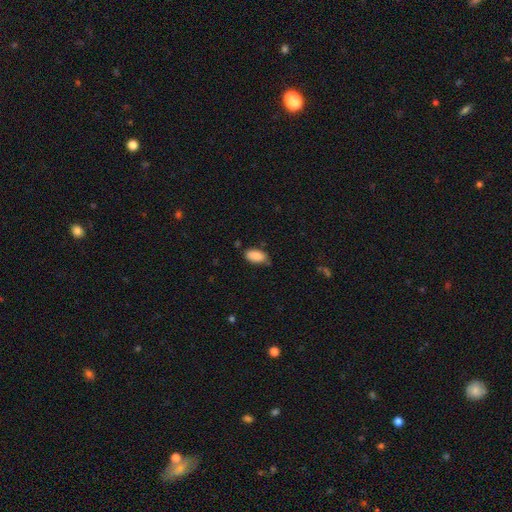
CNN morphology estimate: Smooth or featured?
  - smooth: 89% *
  - star or artifact: 7%
  - featured or disk: 4%
How rounded?
  - in between: 94% *
  - cigar-shaped: 3%
  - round: 3%
Merging?
  - none: 72% *
  - minor disturbance: 22%
  - major disturbance: 4%
  - merger: 2%